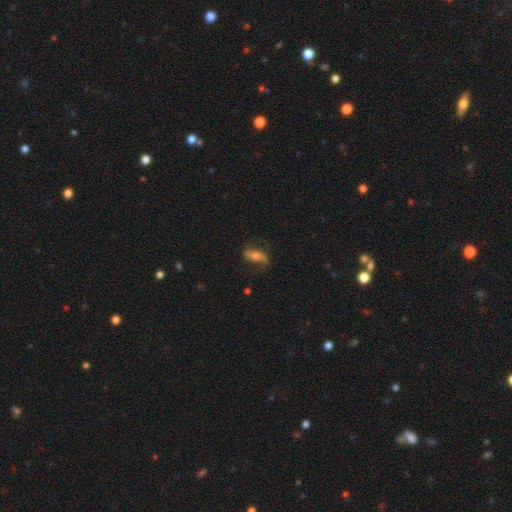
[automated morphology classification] The model was most divided on "smooth or featured": featured or disk: 46%, smooth: 45%, star or artifact: 9%. More confident: merging — none (63%).